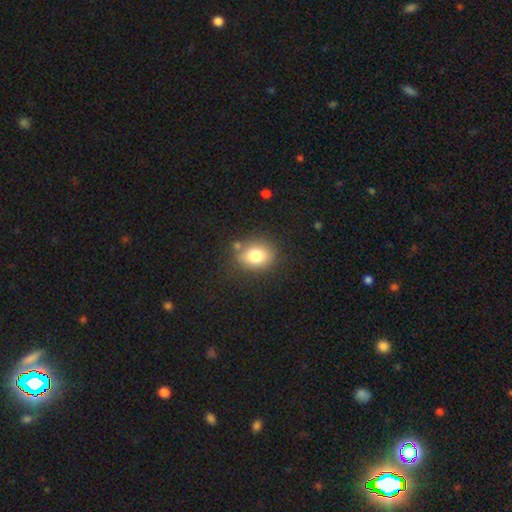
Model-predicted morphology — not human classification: Smooth or featured?
  - smooth: 81% *
  - star or artifact: 10%
  - featured or disk: 9%
How rounded?
  - round: 50% *
  - in between: 49%
  - cigar-shaped: 1%
Merging?
  - none: 77% *
  - minor disturbance: 13%
  - merger: 6%
  - major disturbance: 4%